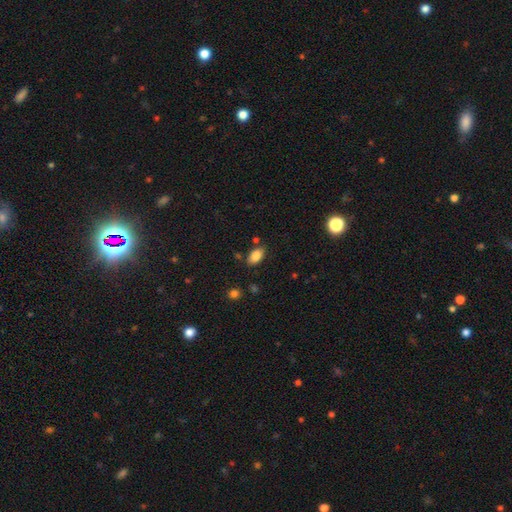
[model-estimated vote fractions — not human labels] This appears to be a smooth galaxy with no disk features (85%) that is in between round and cigar-shaped (92%). Merging: none (80%).